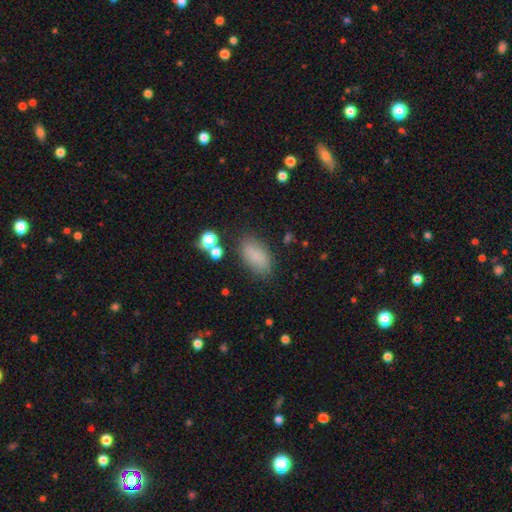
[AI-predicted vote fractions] Smooth or featured?
  - smooth: 84% *
  - star or artifact: 10%
  - featured or disk: 7%
How rounded?
  - in between: 90% *
  - cigar-shaped: 6%
  - round: 5%
Merging?
  - none: 78% *
  - minor disturbance: 14%
  - major disturbance: 5%
  - merger: 3%